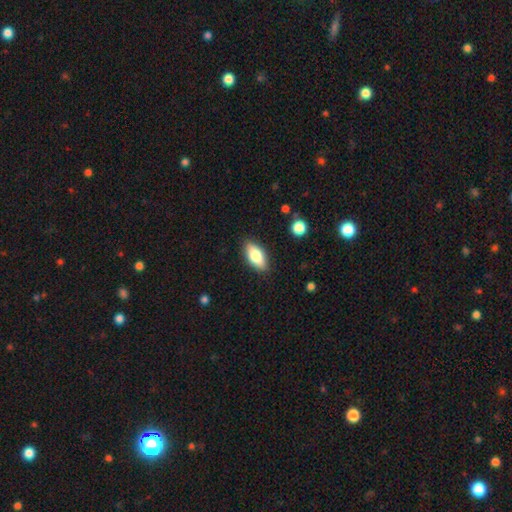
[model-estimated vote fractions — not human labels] Smooth or featured: smooth — 77% (featured or disk — 17%)
How rounded: in between — 87% (cigar-shaped — 10%)
Merging: none — 87% (minor disturbance — 9%)